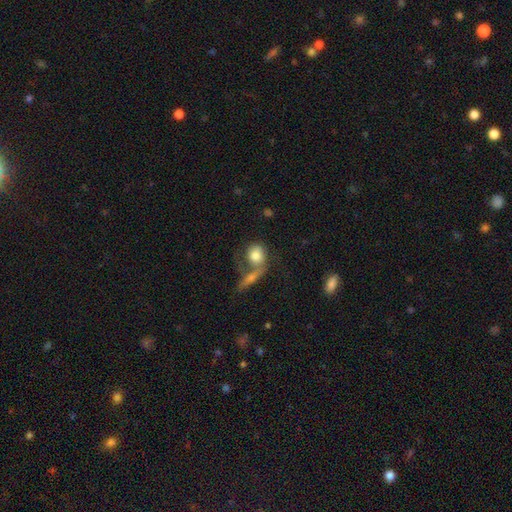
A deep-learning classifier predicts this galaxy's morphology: smooth-or-featured: smooth: 72% | featured or disk: 20% | star or artifact: 7%
  how-rounded: round: 50% | in between: 46% | cigar-shaped: 4%
  merging: merger: 49% | none: 30% | minor disturbance: 11% | major disturbance: 10%